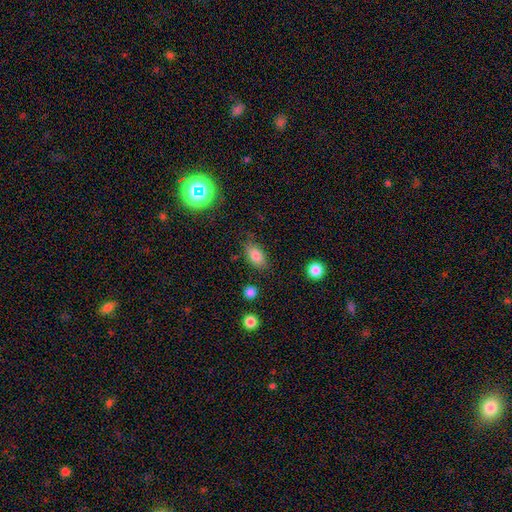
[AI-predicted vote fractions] This appears to be a smooth galaxy with no disk features (82%) that is in between round and cigar-shaped (87%). Merging: none (78%).